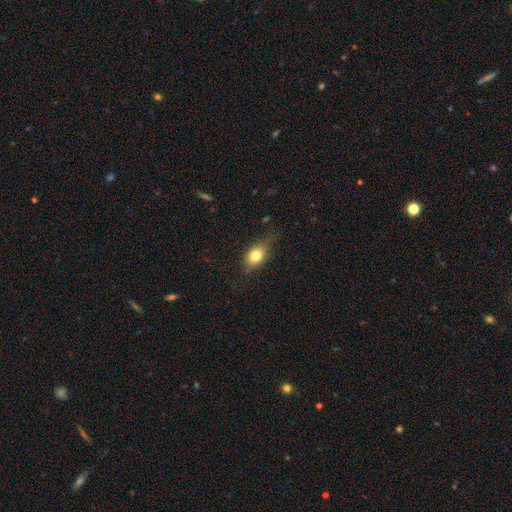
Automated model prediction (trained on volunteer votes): smooth_or_featured: smooth (p=0.76) [alt: featured or disk p=0.14]
how_rounded: in between (p=0.70) [alt: round p=0.26]
merging: none (p=0.64) [alt: minor disturbance p=0.26]